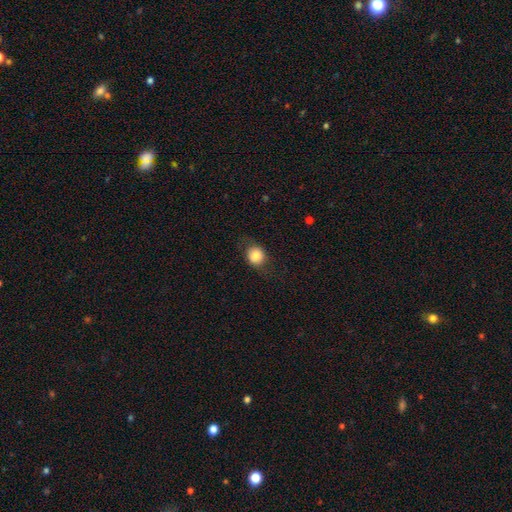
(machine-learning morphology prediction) Overall: smooth (79%). How rounded: round (74%). Merging: none (74%).